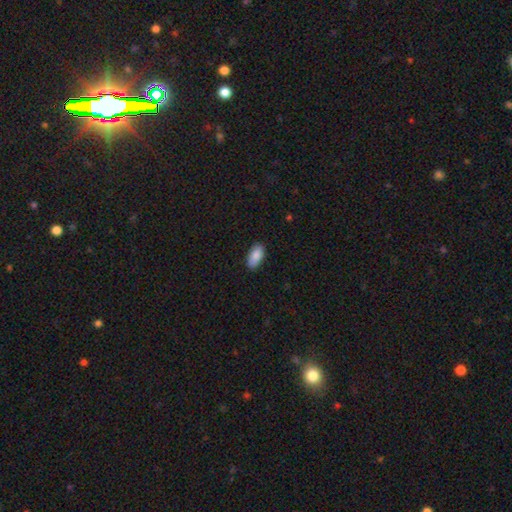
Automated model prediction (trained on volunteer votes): Overall: smooth (89%). How rounded: in between (93%). Merging: none (87%).